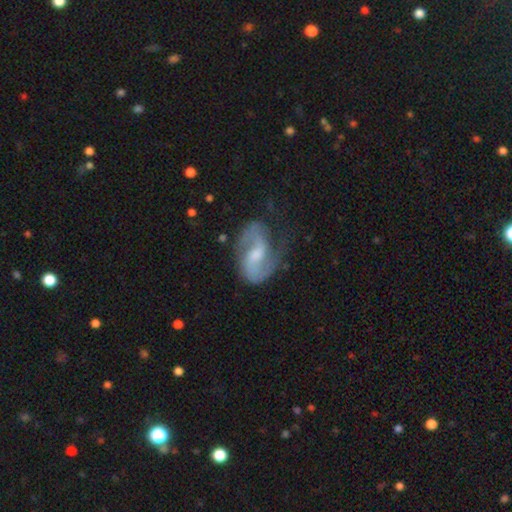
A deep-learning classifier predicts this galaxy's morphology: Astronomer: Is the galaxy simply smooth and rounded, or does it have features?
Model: featured or disk — 85%.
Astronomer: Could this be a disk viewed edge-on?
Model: no — 97%.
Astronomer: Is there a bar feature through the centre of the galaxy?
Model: weak — 55%.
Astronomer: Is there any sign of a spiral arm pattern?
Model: yes — 95%.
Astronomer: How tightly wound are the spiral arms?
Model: medium — 51% (runner-up: loose, 31%).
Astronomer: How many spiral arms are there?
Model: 2 — 88%.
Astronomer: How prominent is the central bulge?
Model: moderate — 48% (runner-up: small, 33%).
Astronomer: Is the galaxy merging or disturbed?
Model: none — 60%.